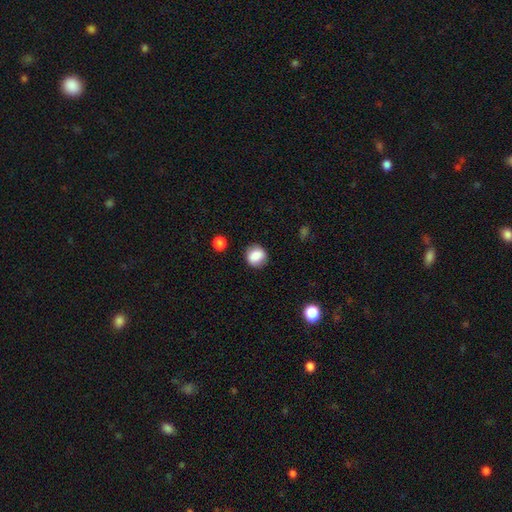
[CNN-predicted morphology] A smooth galaxy with no disk features (85%) that is round (80%).

Vote fractions:
- Smooth or featured? smooth: 85% / star or artifact: 9% / featured or disk: 7%
- How rounded? round: 80% / in between: 19% / cigar-shaped: 1%
- Merging? none: 85% / minor disturbance: 10% / major disturbance: 3% / merger: 2%